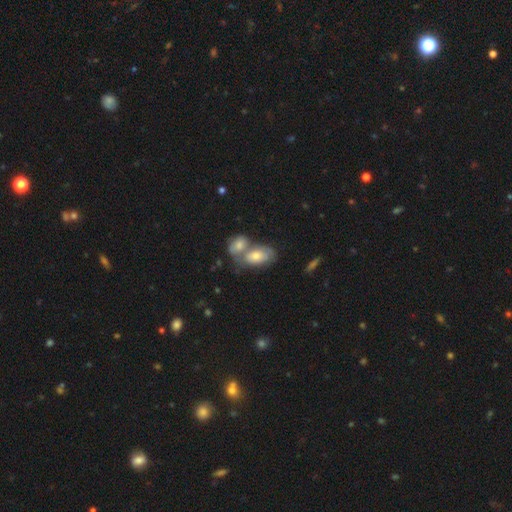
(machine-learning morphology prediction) type=smooth (65%); roundness=in between (90%); merging=merger (59%).